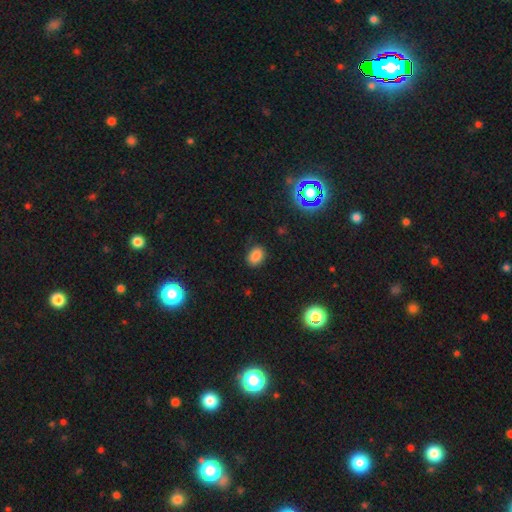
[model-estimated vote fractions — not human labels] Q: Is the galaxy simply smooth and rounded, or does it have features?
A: smooth — 83%.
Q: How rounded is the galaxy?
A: in between — 70%.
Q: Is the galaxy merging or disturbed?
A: none — 84%.